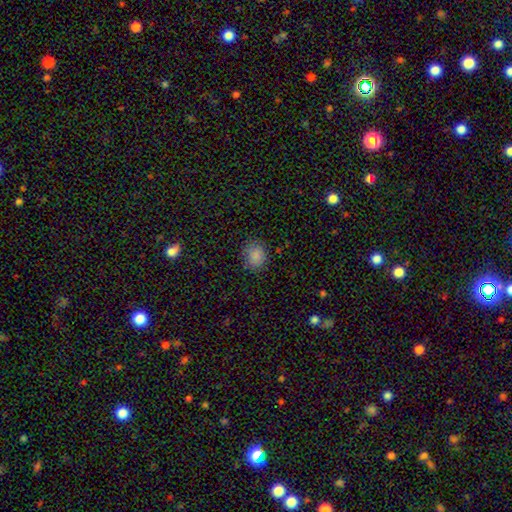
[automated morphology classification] Smooth or featured: smooth — 86% (star or artifact — 10%)
How rounded: round — 61% (in between — 38%)
Merging: none — 83% (minor disturbance — 13%)